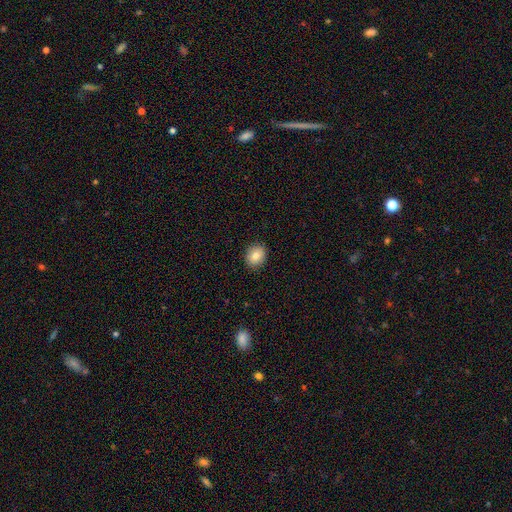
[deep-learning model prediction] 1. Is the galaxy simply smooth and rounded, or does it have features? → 82% smooth, 9% star or artifact, 9% featured or disk.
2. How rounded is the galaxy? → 64% round, 35% in between, 1% cigar-shaped.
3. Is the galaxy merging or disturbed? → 90% none, 7% minor disturbance, 2% major disturbance, 1% merger.